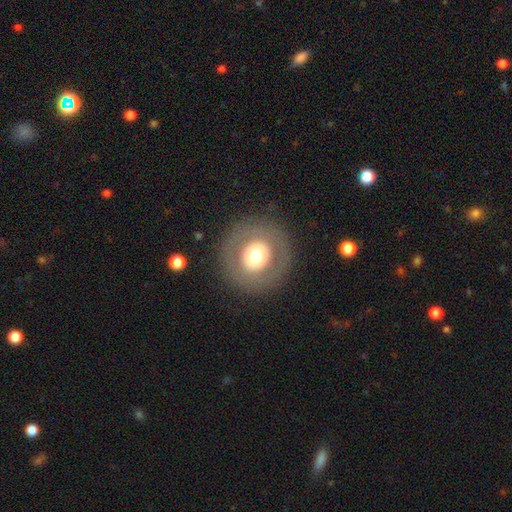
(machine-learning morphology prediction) Q: Smooth or featured?
A: smooth (58%); runner-up: featured or disk (33%)
Q: How rounded?
A: round (95%); runner-up: in between (4%)
Q: Merging?
A: none (87%); runner-up: minor disturbance (6%)